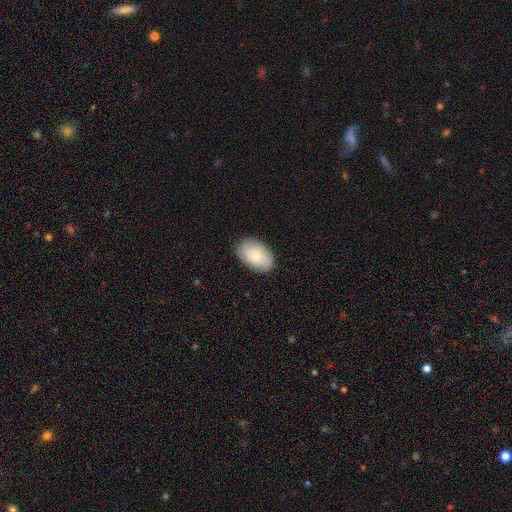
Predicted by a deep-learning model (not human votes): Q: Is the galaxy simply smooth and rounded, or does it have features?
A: smooth — 64%.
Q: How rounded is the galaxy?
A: in between — 90%.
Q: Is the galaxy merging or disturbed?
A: none — 83%.